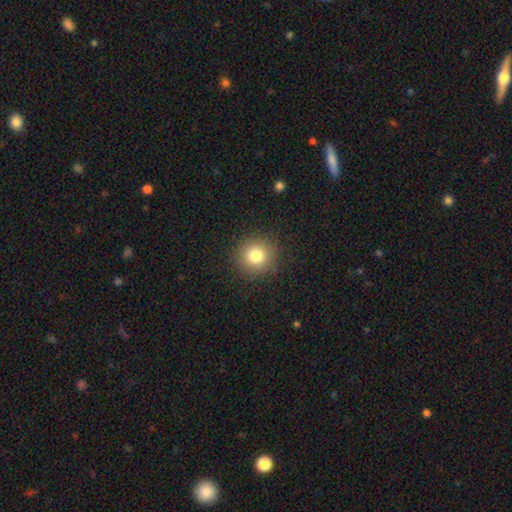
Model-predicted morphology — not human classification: Q: Smooth or featured?
A: smooth (80%); runner-up: star or artifact (13%)
Q: How rounded?
A: round (93%); runner-up: in between (6%)
Q: Merging?
A: none (90%); runner-up: minor disturbance (6%)